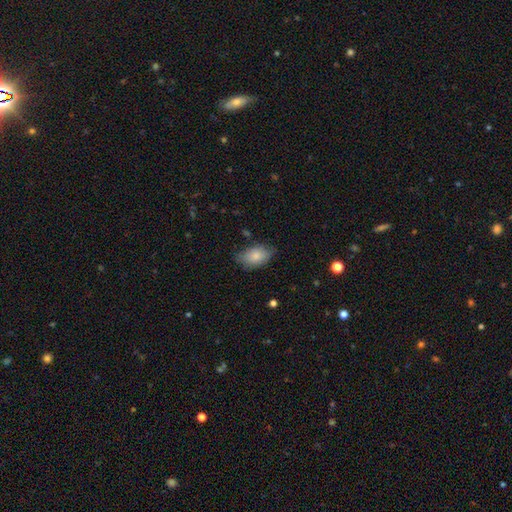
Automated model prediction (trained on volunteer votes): Q: Smooth or featured?
A: smooth (82%); runner-up: featured or disk (12%)
Q: How rounded?
A: in between (92%); runner-up: round (6%)
Q: Merging?
A: none (70%); runner-up: minor disturbance (24%)